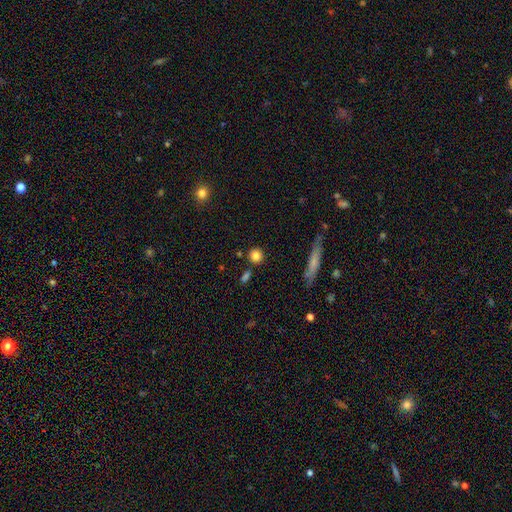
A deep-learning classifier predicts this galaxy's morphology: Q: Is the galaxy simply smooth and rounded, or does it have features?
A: smooth — 83%.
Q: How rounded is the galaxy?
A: round — 88%.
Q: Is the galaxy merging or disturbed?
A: none — 82%.